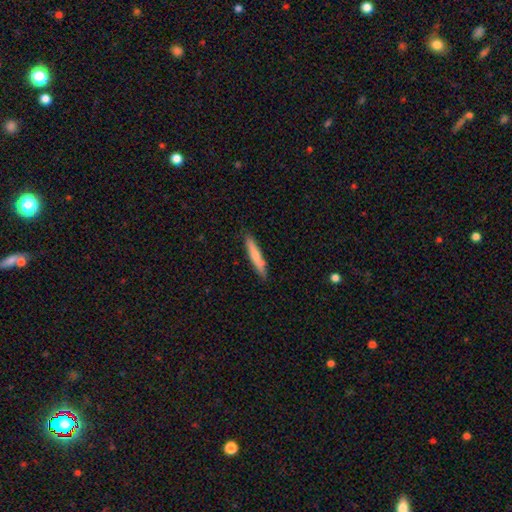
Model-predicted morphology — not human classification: smooth_or_featured: smooth (p=0.70) [alt: featured or disk p=0.24]
how_rounded: cigar-shaped (p=0.92) [alt: in between p=0.07]
merging: none (p=0.84) [alt: minor disturbance p=0.12]